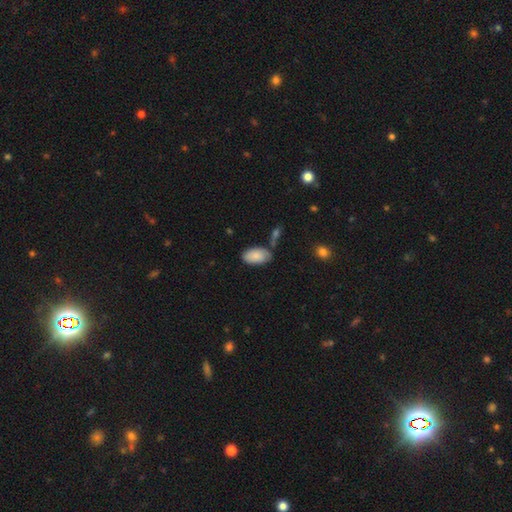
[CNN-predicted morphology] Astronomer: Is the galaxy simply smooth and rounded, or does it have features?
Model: smooth — 81%.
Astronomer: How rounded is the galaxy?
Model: in between — 95%.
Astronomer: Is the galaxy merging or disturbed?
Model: none — 65%.